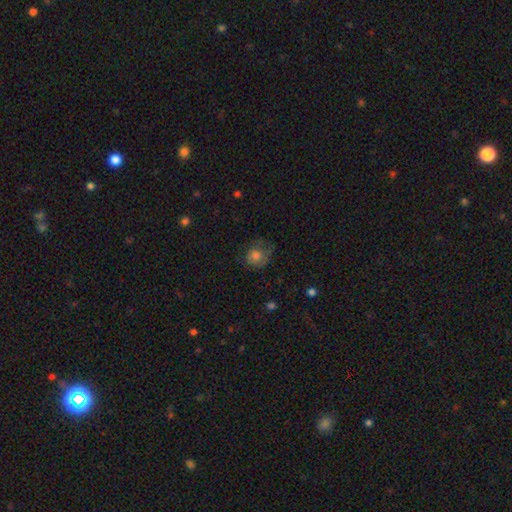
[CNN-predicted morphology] smooth-or-featured: smooth: 69% | featured or disk: 21% | star or artifact: 10%
  how-rounded: round: 77% | in between: 23% | cigar-shaped: 1%
  merging: none: 51% | minor disturbance: 27% | major disturbance: 20% | merger: 2%